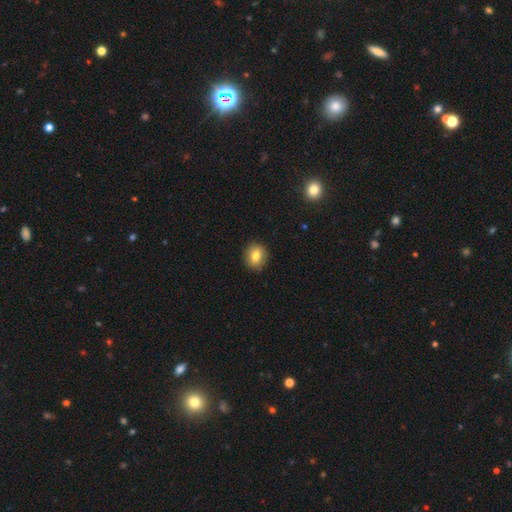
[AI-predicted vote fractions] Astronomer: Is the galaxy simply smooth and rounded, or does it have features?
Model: smooth — 79%.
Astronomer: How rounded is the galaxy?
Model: round — 75%.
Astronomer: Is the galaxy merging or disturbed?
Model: none — 89%.